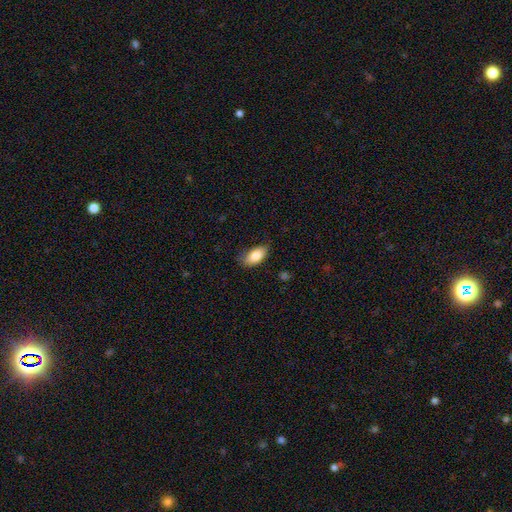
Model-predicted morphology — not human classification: This is clearly a smooth galaxy (84%). How rounded: clearly in between (92%). Merging: likely none (76%).